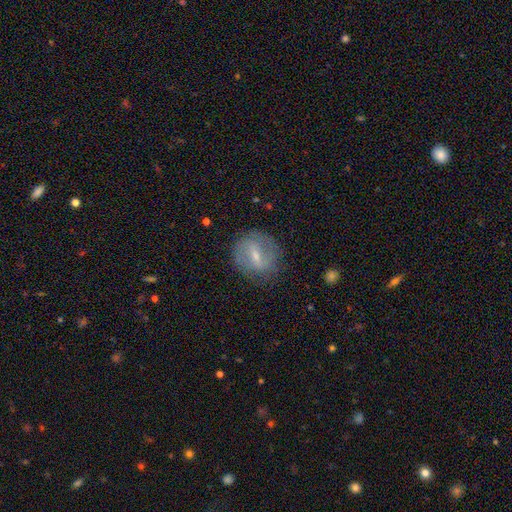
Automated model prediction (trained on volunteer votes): Morphology: type=featured or disk (61%); edge-on=no (93%); bar=weak (46%); spiral arms=yes (56%); bulge=small (60%); merging=none (77%).